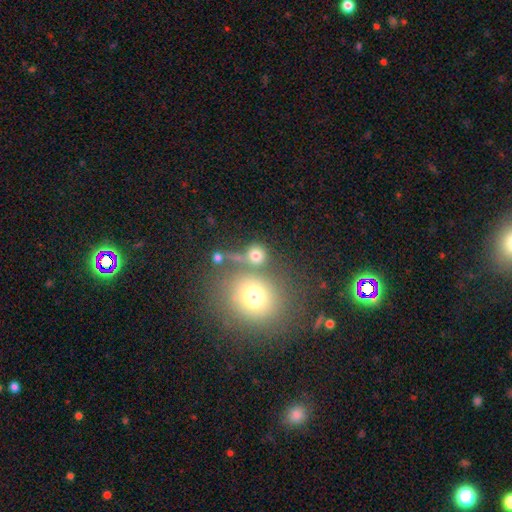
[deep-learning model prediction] The model was most divided on "merging": none: 59%, merger: 24%, minor disturbance: 10%, major disturbance: 7%. More confident: how rounded — round (87%); smooth or featured — smooth (75%).